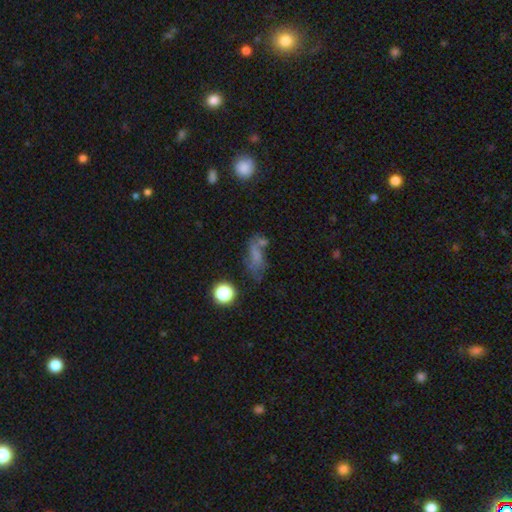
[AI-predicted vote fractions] Overall: smooth (58%; featured or disk 24%). How rounded: in between (70%). Merging: none (42%; minor disturbance 22%).